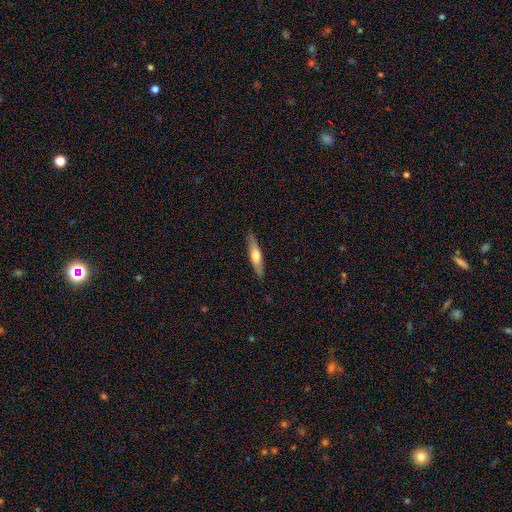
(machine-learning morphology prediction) Smooth or featured?
  - smooth: 48% *
  - featured or disk: 47%
  - star or artifact: 5%
Merging?
  - none: 87% *
  - minor disturbance: 10%
  - major disturbance: 2%
  - merger: 1%